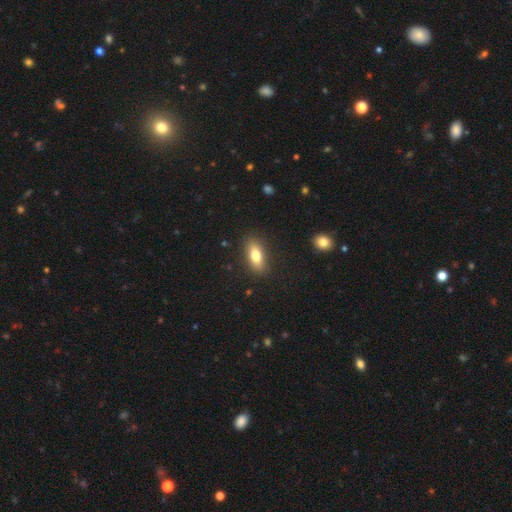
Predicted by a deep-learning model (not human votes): Smooth or featured: smooth — 75% (featured or disk — 17%)
How rounded: in between — 80% (cigar-shaped — 15%)
Merging: none — 87% (minor disturbance — 9%)